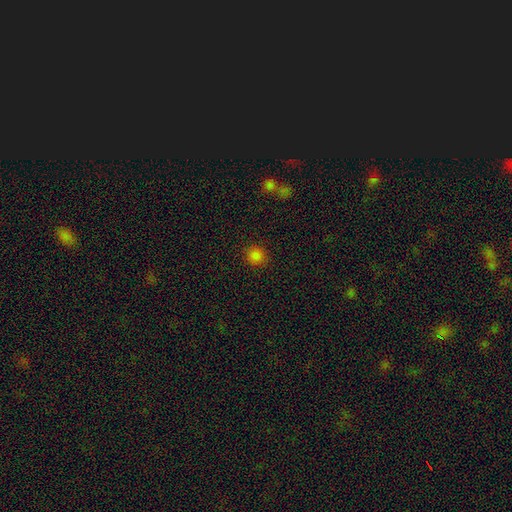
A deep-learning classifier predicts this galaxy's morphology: This appears to be a smooth galaxy with no disk features (83%) that is round (92%). Merging: none (90%).